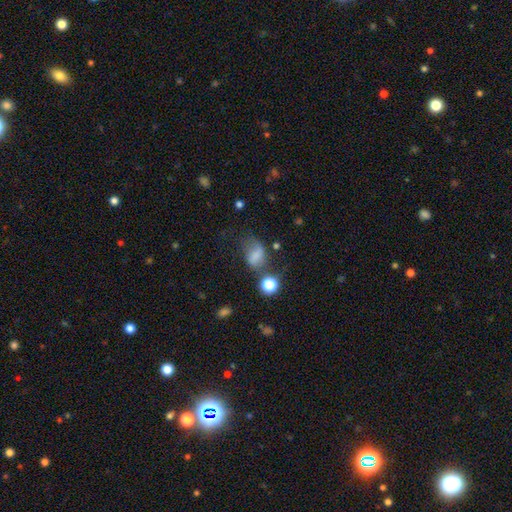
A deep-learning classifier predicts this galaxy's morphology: A smooth galaxy with no disk features (66%) that is in between round and cigar-shaped (69%).

Vote fractions:
- Smooth or featured? smooth: 66% / featured or disk: 18% / star or artifact: 15%
- How rounded? in between: 69% / round: 29% / cigar-shaped: 2%
- Merging? none: 39% / minor disturbance: 27% / major disturbance: 24% / merger: 10%